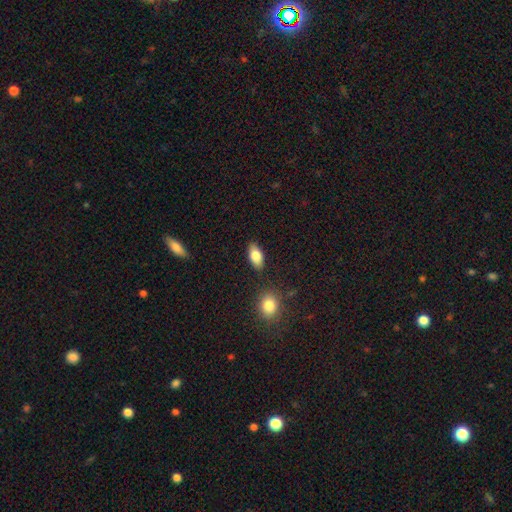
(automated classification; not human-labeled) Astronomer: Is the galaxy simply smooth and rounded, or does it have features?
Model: smooth — 82%.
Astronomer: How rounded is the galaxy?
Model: in between — 91%.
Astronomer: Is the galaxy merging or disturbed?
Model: none — 84%.